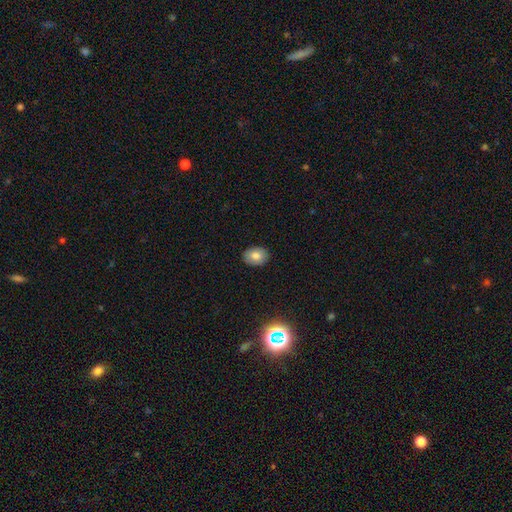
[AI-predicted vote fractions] This is likely a smooth galaxy (79%). How rounded: likely in between (72%). Merging: clearly none (89%).